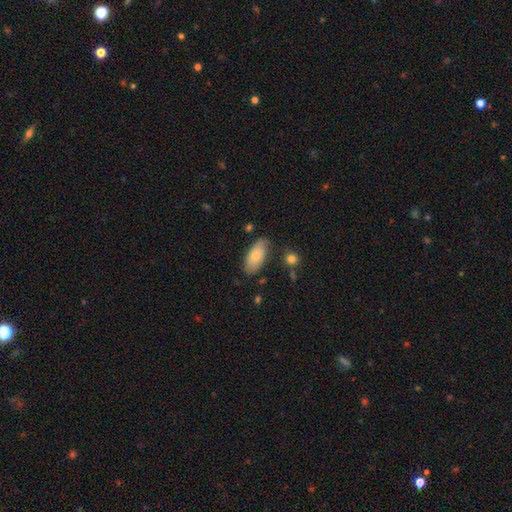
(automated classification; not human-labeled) The model was most divided on "smooth or featured": smooth: 71%, featured or disk: 23%, star or artifact: 6%. More confident: how rounded — in between (91%); merging — none (73%).